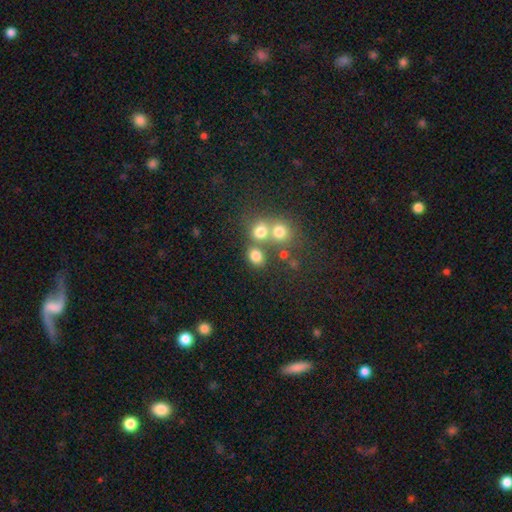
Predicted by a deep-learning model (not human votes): A smooth galaxy with no disk features (76%) that is round (58%). Merging: none (55%).